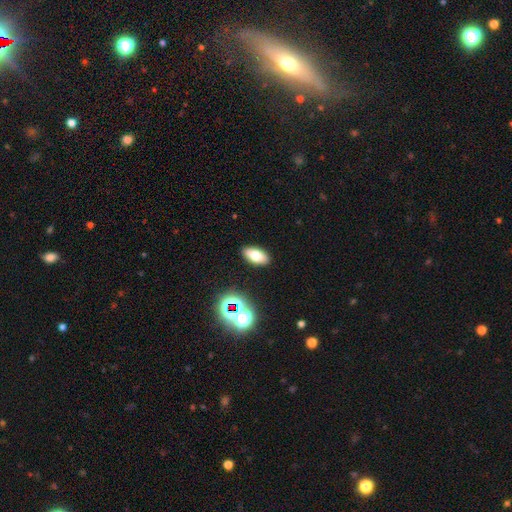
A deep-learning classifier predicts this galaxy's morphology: This is likely a smooth galaxy (69%). How rounded: clearly in between (90%). Merging: clearly none (89%).